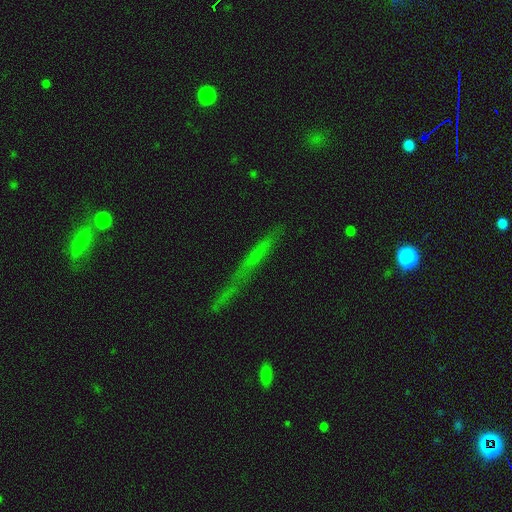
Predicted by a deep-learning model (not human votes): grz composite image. It shows a smooth galaxy with no disk features (34%, tied with star or artifact). Merging: none (77%).